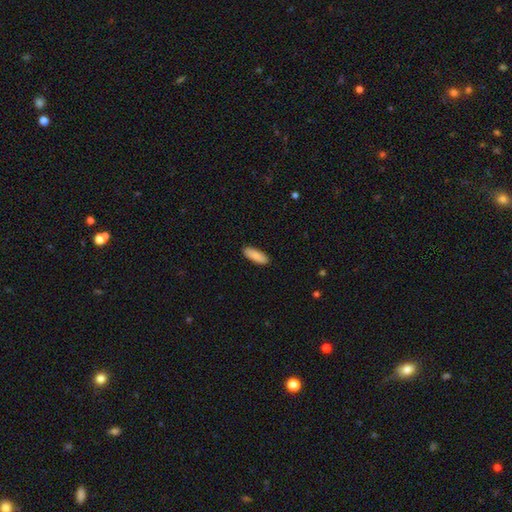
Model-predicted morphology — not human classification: Smooth or featured? Predicted: smooth (p=0.89). How rounded? Predicted: in between (p=0.63). Merging? Predicted: none (p=0.91).